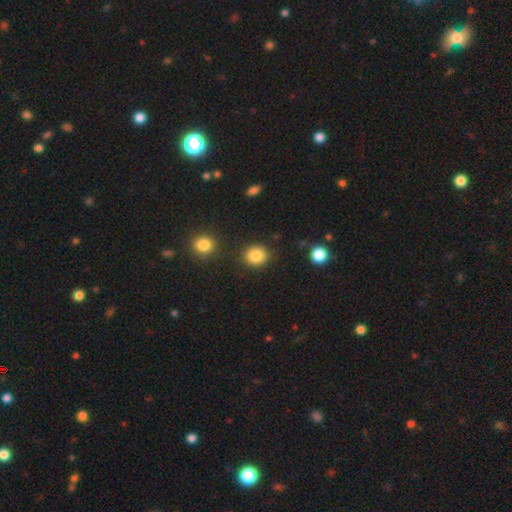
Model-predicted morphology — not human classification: Overall: smooth (86%). How rounded: round (77%). Merging: none (85%).